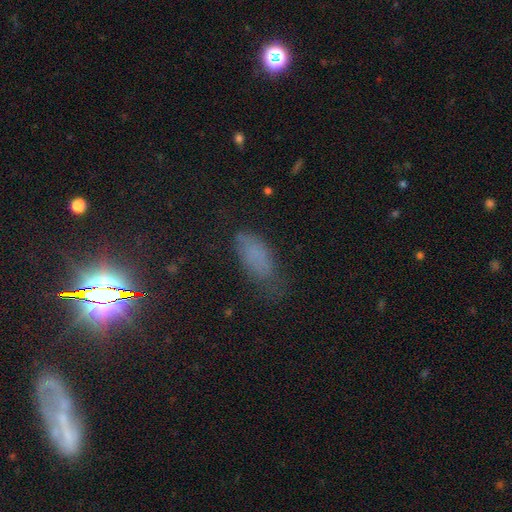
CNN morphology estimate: smooth_or_featured: smooth (p=0.68) [alt: star or artifact p=0.20]
how_rounded: in between (p=0.84) [alt: cigar-shaped p=0.12]
merging: none (p=0.56) [alt: minor disturbance p=0.28]